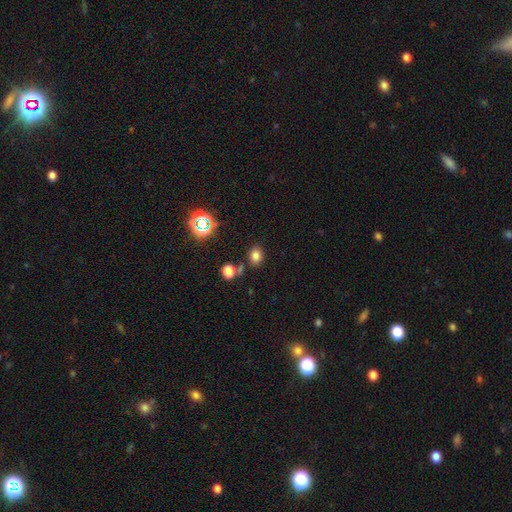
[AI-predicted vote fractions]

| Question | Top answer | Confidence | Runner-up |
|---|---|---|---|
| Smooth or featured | smooth | 73% | star or artifact (20%) |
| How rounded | in between | 56% | round (43%) |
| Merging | none | 75% | minor disturbance (12%) |